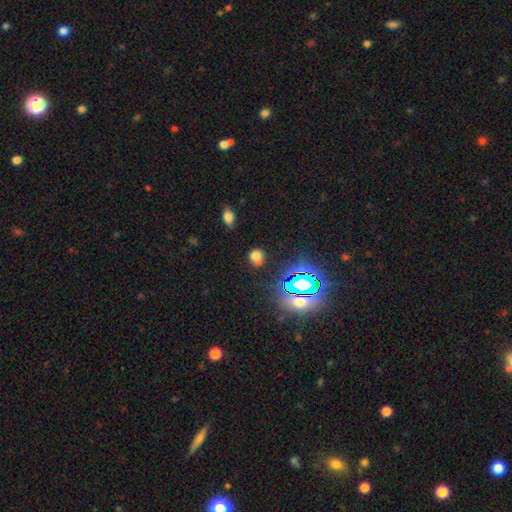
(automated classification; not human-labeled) A smooth galaxy with no disk features (67%) that is round (69%). Merging: none (76%).